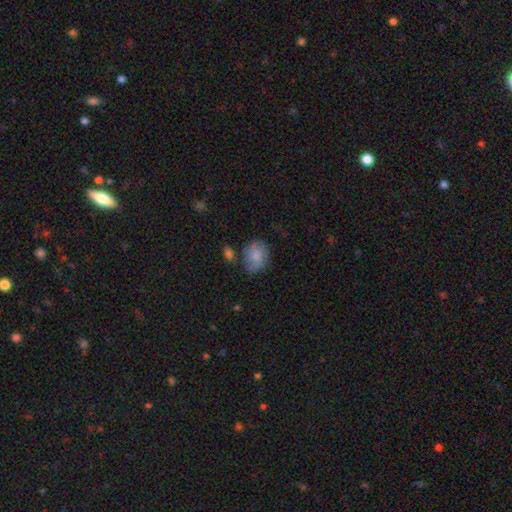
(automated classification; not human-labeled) Morphology: type=smooth (74%); roundness=in between (58%); merging=none (62%).